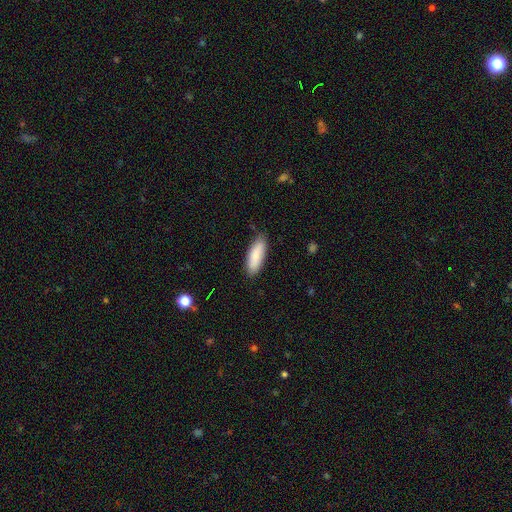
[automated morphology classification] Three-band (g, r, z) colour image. It shows a smooth galaxy with no disk features (86%) that is in between round and cigar-shaped (64%). Merging: none (83%).